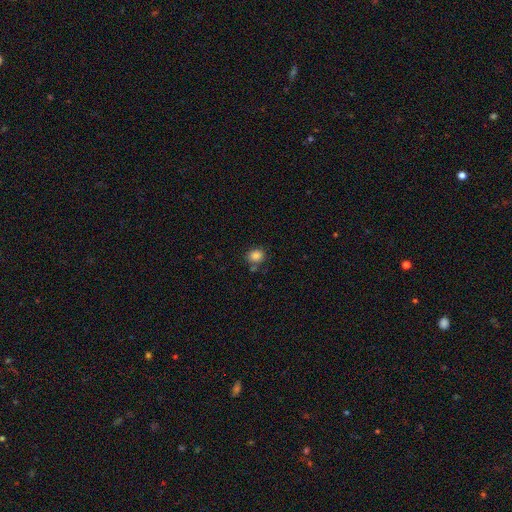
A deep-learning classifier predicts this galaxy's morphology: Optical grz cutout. It shows a smooth galaxy with no disk features (84%) that is round (63%). Merging: none (73%).